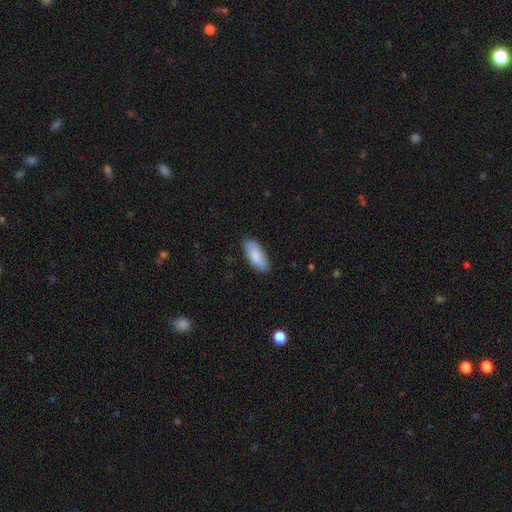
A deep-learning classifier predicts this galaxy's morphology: Overall: smooth (85%). How rounded: in between (83%). Merging: none (84%).